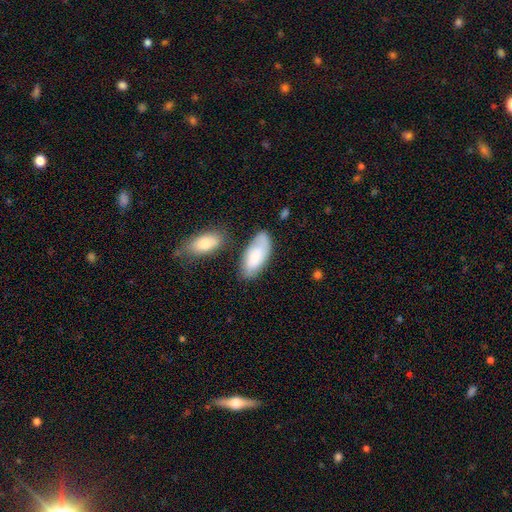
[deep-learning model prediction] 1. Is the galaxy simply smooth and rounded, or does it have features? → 76% smooth, 18% featured or disk, 6% star or artifact.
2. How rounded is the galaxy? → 90% in between, 8% cigar-shaped, 2% round.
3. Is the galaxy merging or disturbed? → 64% none, 22% minor disturbance, 8% merger, 6% major disturbance.